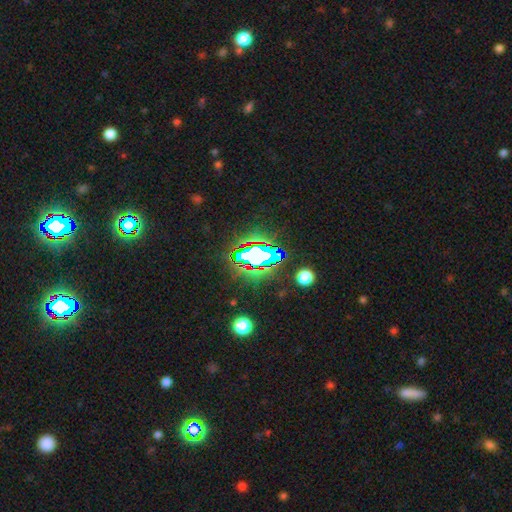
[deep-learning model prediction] The model was most divided on "smooth or featured": star or artifact: 67%, smooth: 19%, featured or disk: 14%.